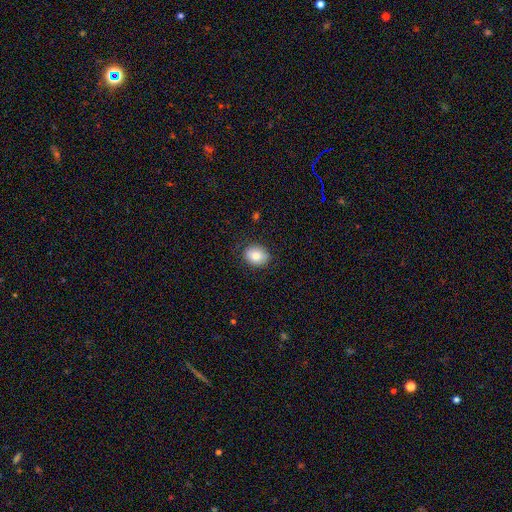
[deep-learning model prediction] Smooth or featured?
  - smooth: 82% *
  - featured or disk: 10%
  - star or artifact: 8%
How rounded?
  - in between: 50% * (tied)
  - round: 50% * (tied)
  - cigar-shaped: 1%
Merging?
  - none: 84% *
  - minor disturbance: 12%
  - major disturbance: 3%
  - merger: 1%